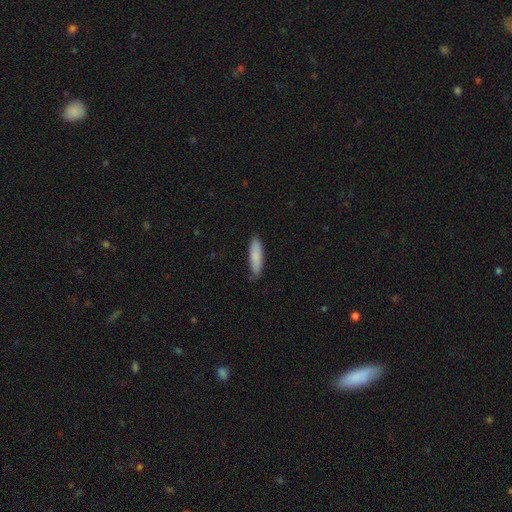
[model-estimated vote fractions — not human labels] Smooth or featured? smooth (84%)
How rounded? cigar-shaped (64%)
Merging? none (83%)